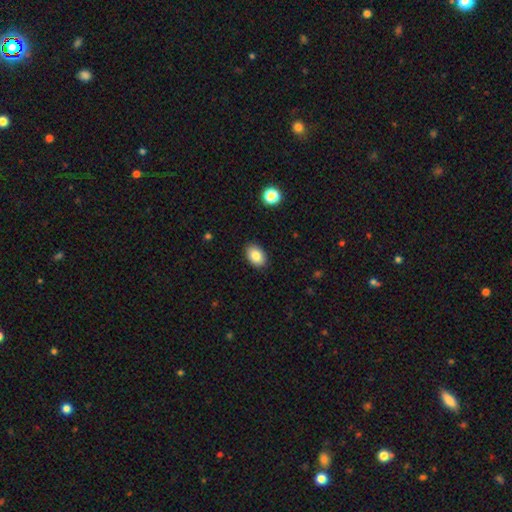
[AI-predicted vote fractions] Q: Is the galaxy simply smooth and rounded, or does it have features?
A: smooth — 85%.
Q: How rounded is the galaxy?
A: in between — 86%.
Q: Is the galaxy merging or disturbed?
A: none — 89%.